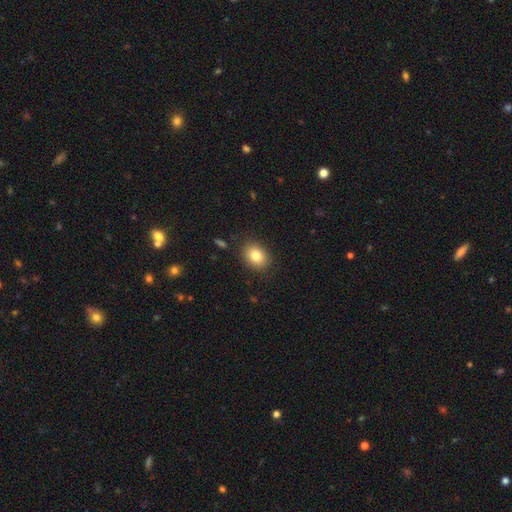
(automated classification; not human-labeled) Smooth or featured? smooth (83%)
How rounded? in between (59%)
Merging? none (86%)